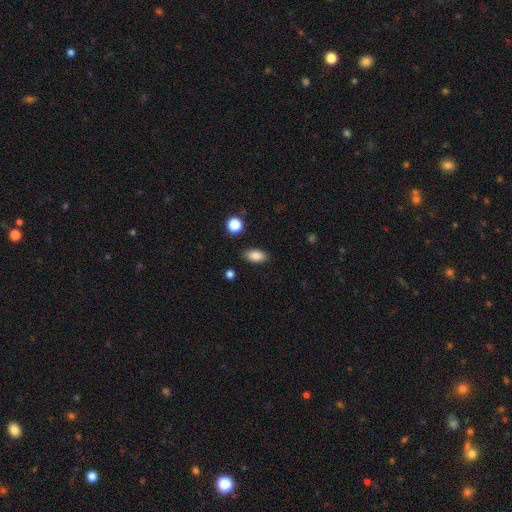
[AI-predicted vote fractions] Overall: smooth (85%). How rounded: in between (89%). Merging: none (87%).